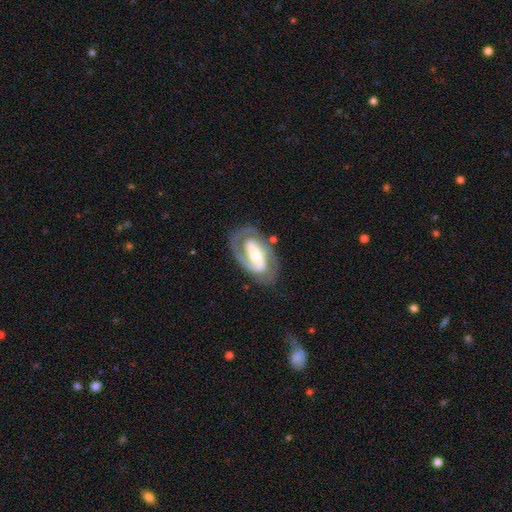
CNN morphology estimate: This appears to be a featured or disk galaxy (84%) with a strong bar (42%), 2 (73%) tight (47%) spiral arms (91%) and a moderate central bulge (54%). Merging: none (71%).